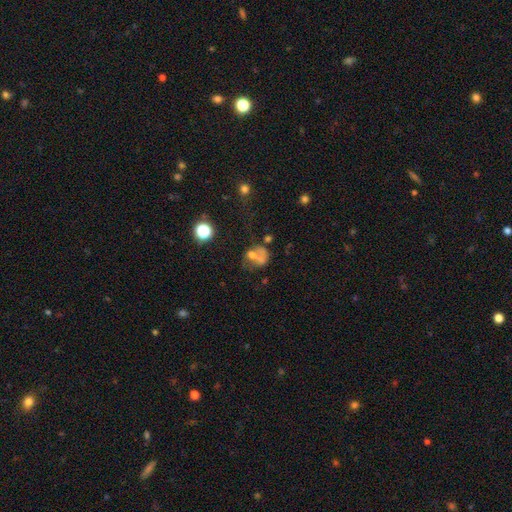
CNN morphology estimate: This appears to be a smooth galaxy with no disk features (47%). Merging: merger (35%).